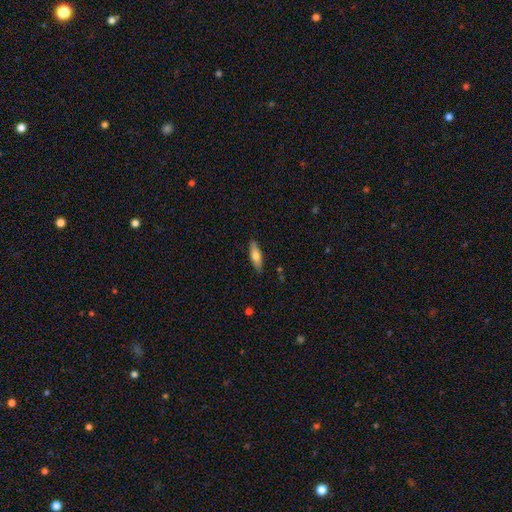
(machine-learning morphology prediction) Smooth or featured? Predicted: smooth (p=0.69). How rounded? Predicted: cigar-shaped (p=0.50). Merging? Predicted: none (p=0.87).